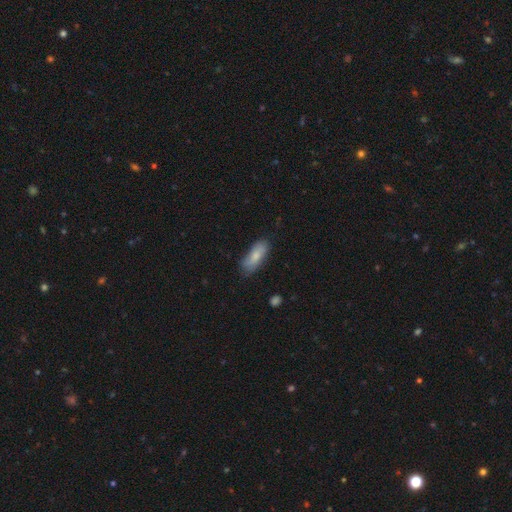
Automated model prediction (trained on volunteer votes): smooth_or_featured: smooth (p=0.77) [alt: featured or disk p=0.17]
how_rounded: in between (p=0.74) [alt: cigar-shaped p=0.24]
merging: none (p=0.68) [alt: minor disturbance p=0.25]